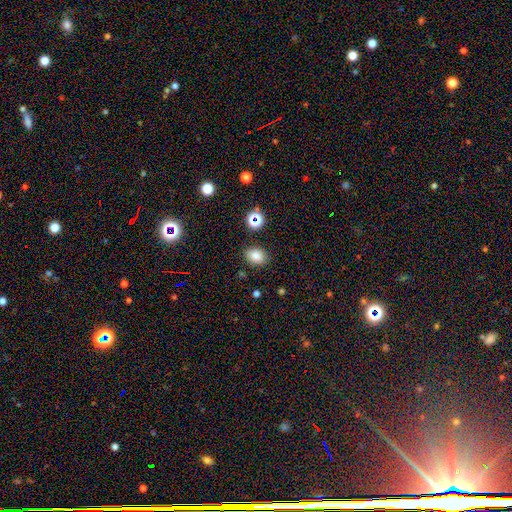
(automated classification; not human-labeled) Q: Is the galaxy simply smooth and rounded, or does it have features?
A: smooth — 79%.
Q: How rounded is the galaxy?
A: in between — 58%.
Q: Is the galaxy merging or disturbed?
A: none — 84%.